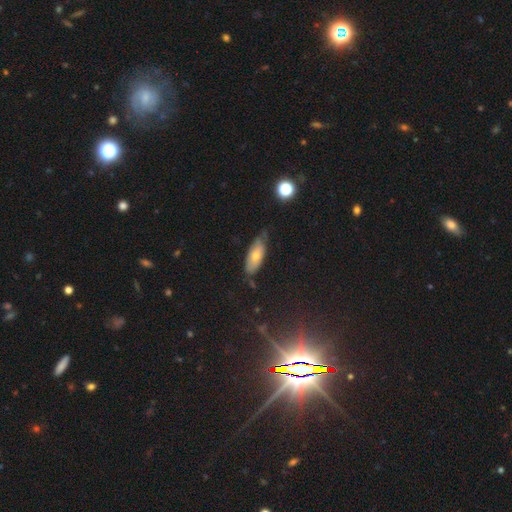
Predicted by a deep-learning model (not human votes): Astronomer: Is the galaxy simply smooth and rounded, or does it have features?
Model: smooth — 65%.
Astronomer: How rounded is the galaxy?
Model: in between — 78%.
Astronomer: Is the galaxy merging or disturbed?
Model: none — 58%.